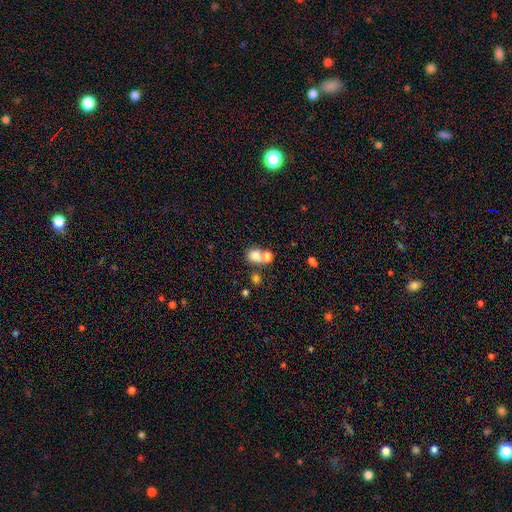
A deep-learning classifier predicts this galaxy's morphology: This is likely a smooth galaxy (75%). How rounded: likely round (67%). Merging: marginally merger (44%).